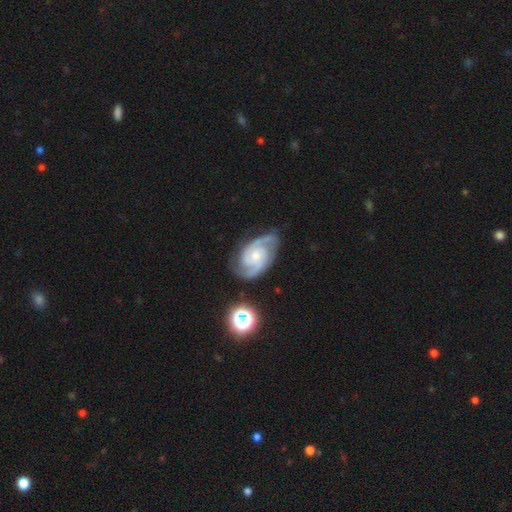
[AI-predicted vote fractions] This appears to be a featured or disk galaxy (90%) with no bar (63%), 2 (79%) medium (48%) spiral arms (98%) and a small central bulge (55%). Merging: none (76%).